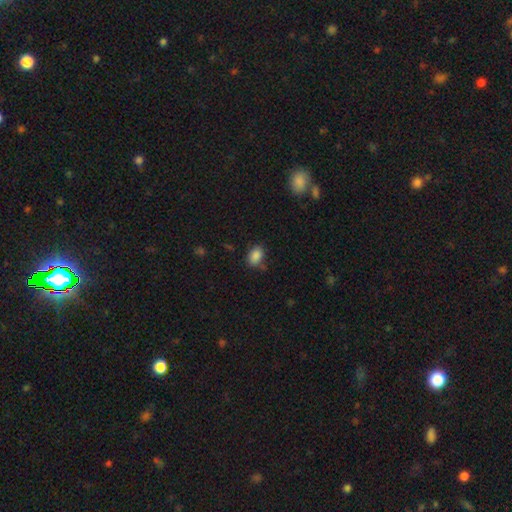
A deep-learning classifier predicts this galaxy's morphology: The model was most divided on "merging": none: 74%, minor disturbance: 18%, major disturbance: 4%, merger: 3%. More confident: smooth or featured — smooth (87%); how rounded — in between (79%).